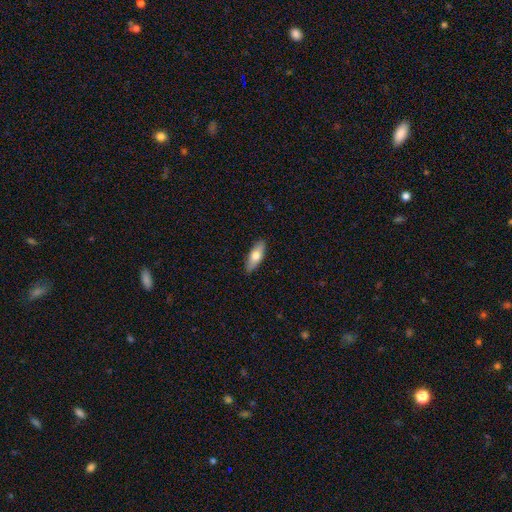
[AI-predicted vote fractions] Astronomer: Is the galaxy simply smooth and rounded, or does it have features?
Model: smooth — 70%.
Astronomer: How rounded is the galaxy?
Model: in between — 67%.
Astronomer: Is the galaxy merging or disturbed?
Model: none — 89%.